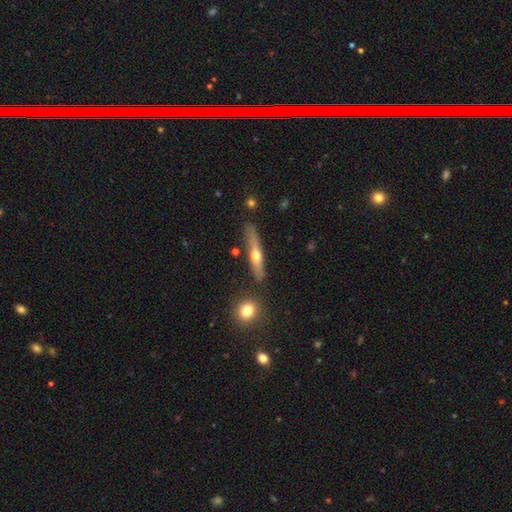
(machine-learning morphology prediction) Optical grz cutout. It shows a featured or disk galaxy (52%) viewed edge-on (90%). Merging: none (78%).